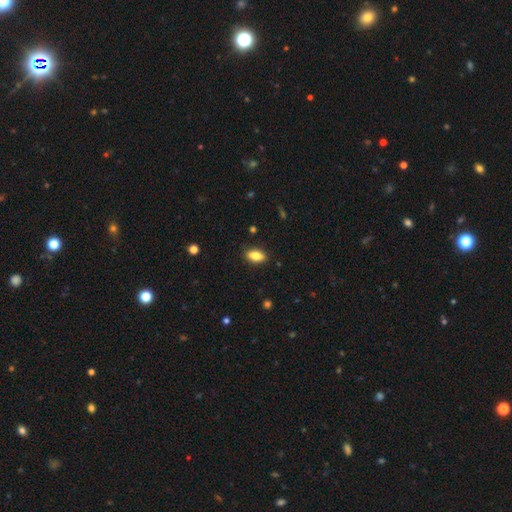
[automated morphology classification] The model was most divided on "smooth or featured": smooth: 83%, featured or disk: 9%, star or artifact: 8%. More confident: merging — none (87%); how rounded — in between (86%).